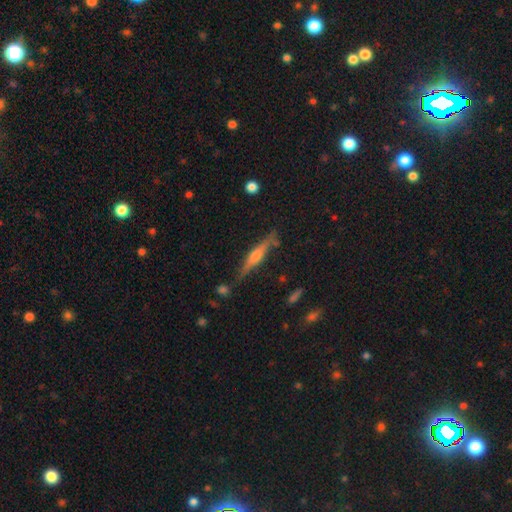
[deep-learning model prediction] smooth_or_featured: featured or disk (p=0.69) [alt: smooth p=0.25]
disk_edge_on: yes (p=0.97) [alt: no p=0.03]
edge_on_bulge: rounded (p=0.80) [alt: boxy p=0.12]
merging: none (p=0.81) [alt: minor disturbance p=0.13]